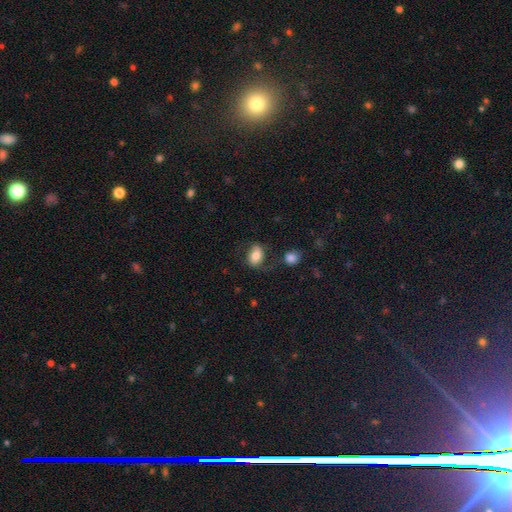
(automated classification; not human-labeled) Smooth or featured? Predicted: smooth (p=0.73). How rounded? Predicted: in between (p=0.74). Merging? Predicted: none (p=0.65).